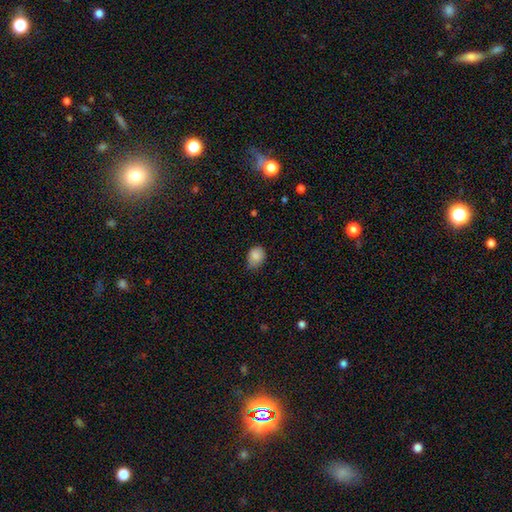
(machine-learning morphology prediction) Q: Smooth or featured?
A: smooth (85%); runner-up: star or artifact (9%)
Q: How rounded?
A: in between (57%); runner-up: round (42%)
Q: Merging?
A: none (55%); runner-up: minor disturbance (37%)